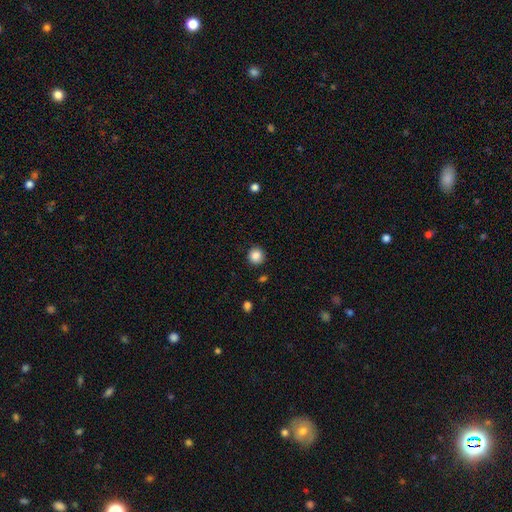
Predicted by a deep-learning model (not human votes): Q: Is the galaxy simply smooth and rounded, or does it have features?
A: smooth — 86%.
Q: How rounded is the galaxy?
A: round — 94%.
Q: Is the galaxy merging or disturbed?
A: none — 90%.